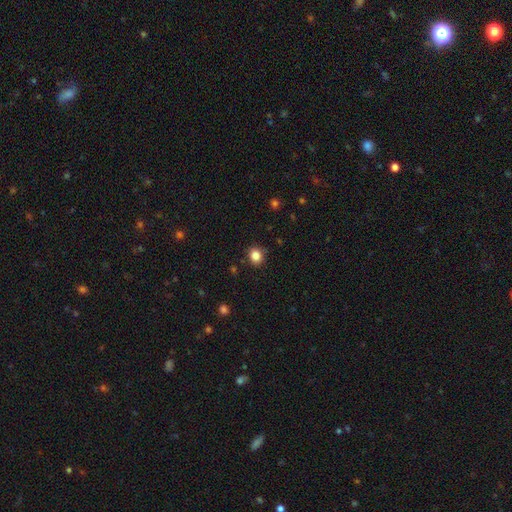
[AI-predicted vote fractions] This appears to be a smooth galaxy with no disk features (84%) that is round (66%). Merging: none (87%).